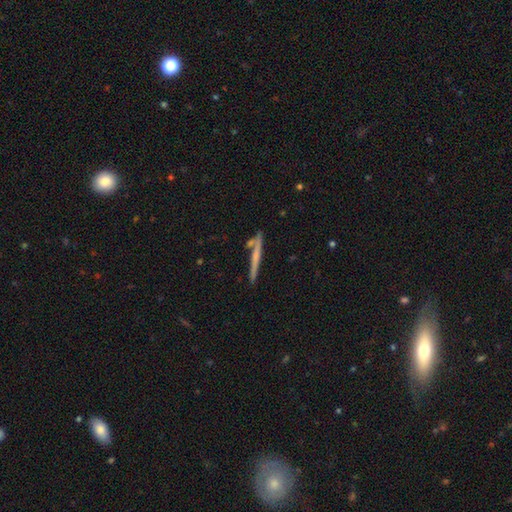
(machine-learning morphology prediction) A featured or disk galaxy (50%) viewed edge-on (96%). Merging: none (80%).